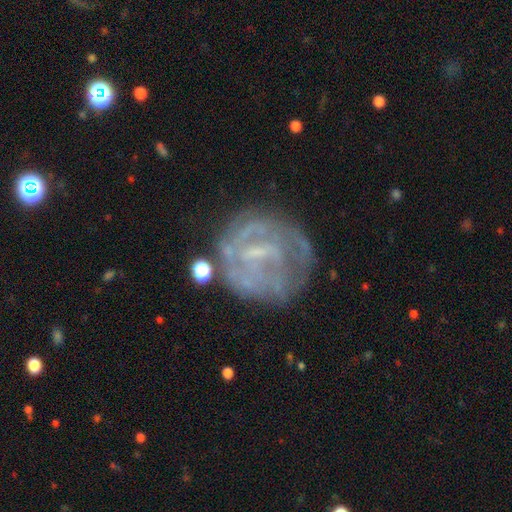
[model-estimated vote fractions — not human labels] Q: Smooth or featured?
A: featured or disk (70%); runner-up: smooth (20%)
Q: Edge-on disk?
A: no (97%); runner-up: yes (3%)
Q: Bar?
A: weak (44%); runner-up: no (38%)
Q: Spiral arms?
A: yes (51%); runner-up: no (49%)
Q: Bulge size?
A: none (43%); runner-up: small (41%)
Q: Merging?
A: none (59%); runner-up: minor disturbance (19%)